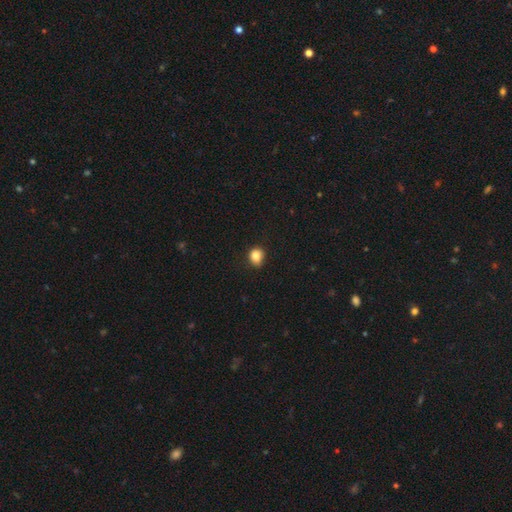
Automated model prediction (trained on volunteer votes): Smooth or featured?
  - smooth: 85% *
  - star or artifact: 11%
  - featured or disk: 5%
How rounded?
  - round: 64% *
  - in between: 35%
  - cigar-shaped: 1%
Merging?
  - none: 76% *
  - minor disturbance: 20%
  - major disturbance: 3%
  - merger: 1%